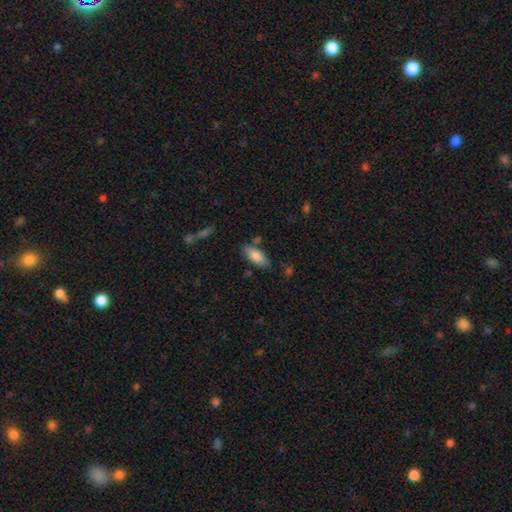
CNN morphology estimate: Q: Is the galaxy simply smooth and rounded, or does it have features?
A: smooth — 82%.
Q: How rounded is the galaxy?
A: in between — 83%.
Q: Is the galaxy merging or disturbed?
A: none — 77%.